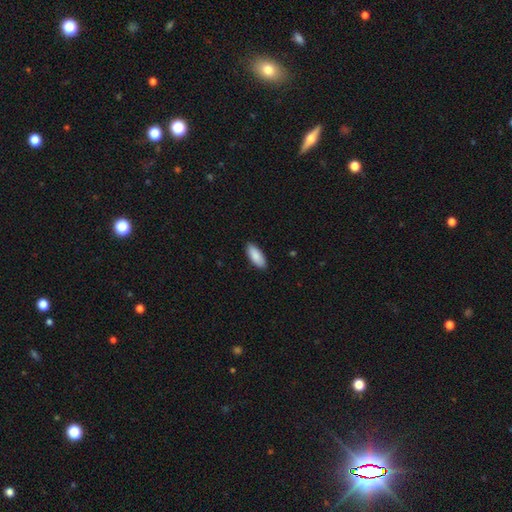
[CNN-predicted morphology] Q: Smooth or featured?
A: smooth (89%); runner-up: star or artifact (6%)
Q: How rounded?
A: in between (83%); runner-up: cigar-shaped (16%)
Q: Merging?
A: none (90%); runner-up: minor disturbance (8%)